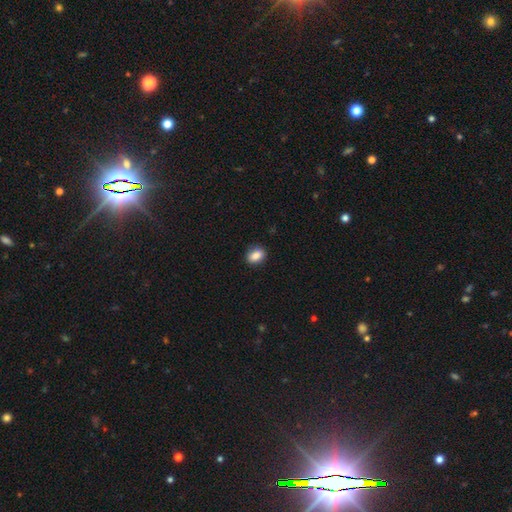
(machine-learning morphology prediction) Smooth or featured? Predicted: smooth (p=0.84). How rounded? Predicted: in between (p=0.71). Merging? Predicted: none (p=0.85).